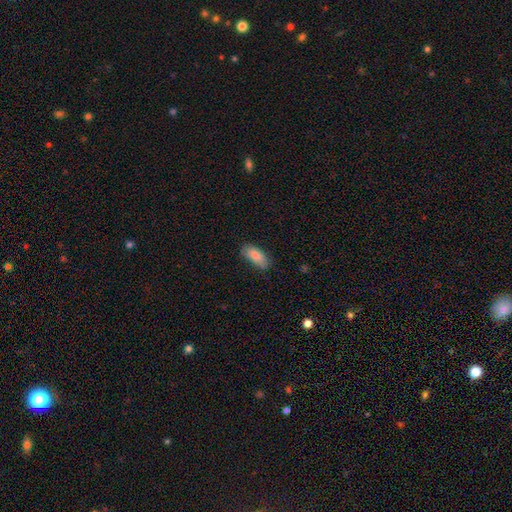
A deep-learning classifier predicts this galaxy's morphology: Smooth or featured?
  - smooth: 87% *
  - featured or disk: 7%
  - star or artifact: 6%
How rounded?
  - in between: 84% *
  - cigar-shaped: 14%
  - round: 2%
Merging?
  - none: 79% *
  - minor disturbance: 17%
  - major disturbance: 3%
  - merger: 1%